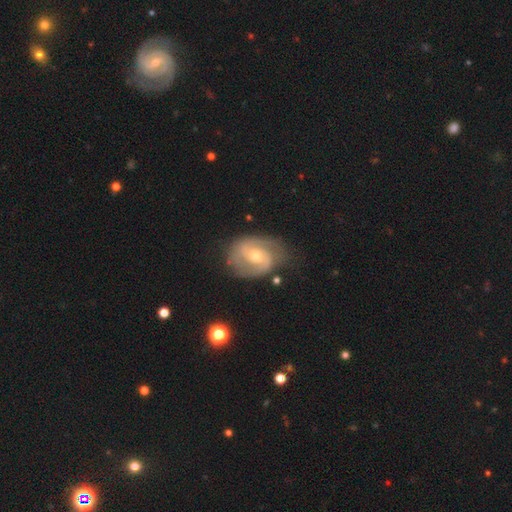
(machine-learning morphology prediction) type=featured or disk (85%); edge-on=no (97%); bar=weak (46%); spiral arms=yes (95%); winding=medium (49%); arm count=2 (81%); bulge=moderate (56%); merging=none (68%).